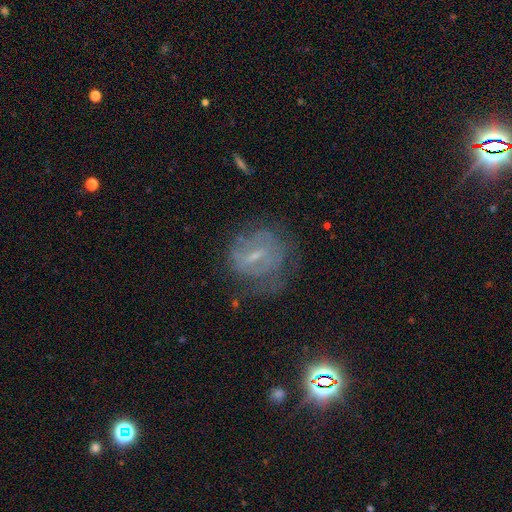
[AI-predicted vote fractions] A featured or disk galaxy (66%) with a weak bar (54%), spiral arms (74%) and a small central bulge (62%). Merging: none (59%).